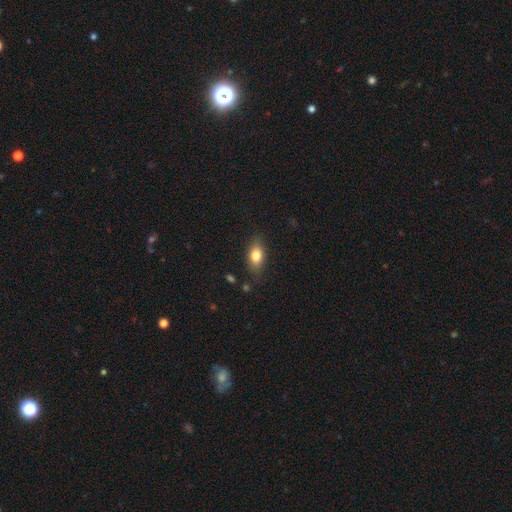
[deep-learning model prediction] A smooth galaxy with no disk features (79%) that is in between round and cigar-shaped (83%).

Vote fractions:
- Smooth or featured? smooth: 79% / featured or disk: 12% / star or artifact: 8%
- How rounded? in between: 83% / round: 11% / cigar-shaped: 6%
- Merging? none: 81% / minor disturbance: 14% / major disturbance: 3% / merger: 2%